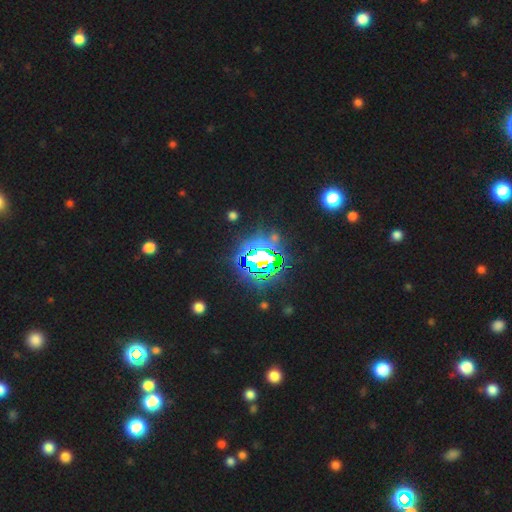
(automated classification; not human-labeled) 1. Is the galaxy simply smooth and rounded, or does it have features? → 77% star or artifact, 12% smooth, 11% featured or disk.